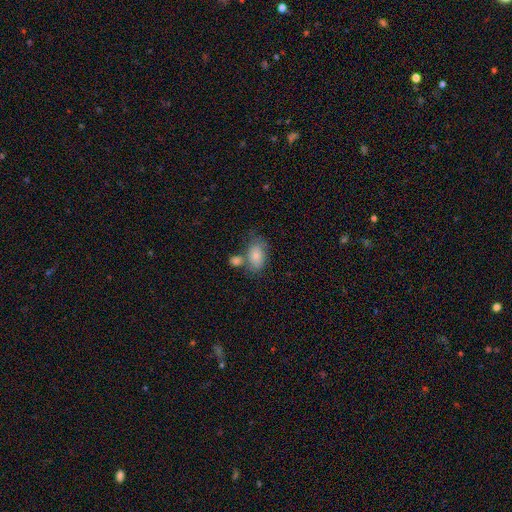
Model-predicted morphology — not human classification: smooth_or_featured: smooth (p=0.80) [alt: featured or disk p=0.13]
how_rounded: in between (p=0.88) [alt: round p=0.10]
merging: none (p=0.43) [alt: merger p=0.31]